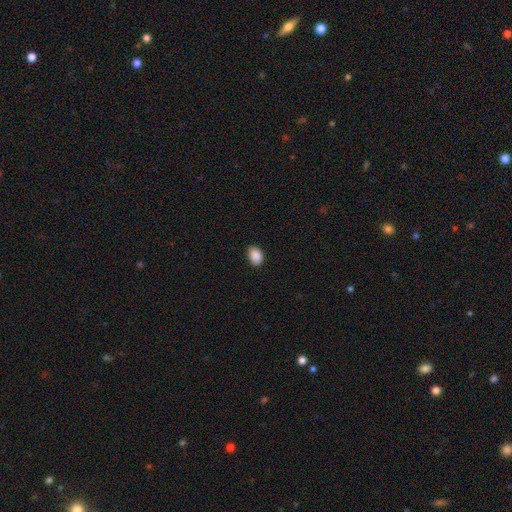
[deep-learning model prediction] Q: Smooth or featured?
A: smooth (90%); runner-up: star or artifact (8%)
Q: How rounded?
A: in between (79%); runner-up: round (20%)
Q: Merging?
A: none (86%); runner-up: minor disturbance (11%)